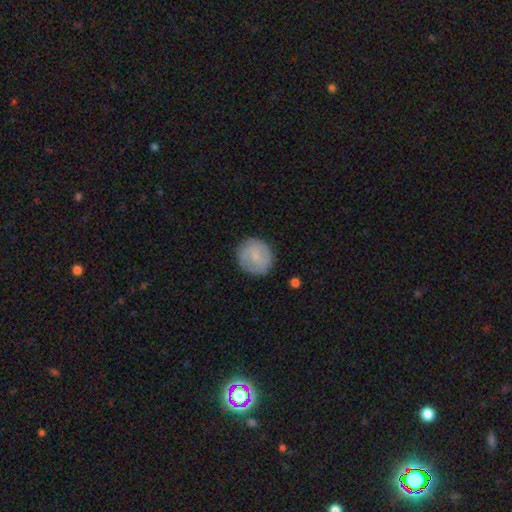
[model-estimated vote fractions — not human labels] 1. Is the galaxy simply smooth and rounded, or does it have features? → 57% smooth, 37% featured or disk, 6% star or artifact.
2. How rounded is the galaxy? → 89% round, 10% in between, 1% cigar-shaped.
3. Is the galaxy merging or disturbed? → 84% none, 11% minor disturbance, 3% major disturbance, 1% merger.